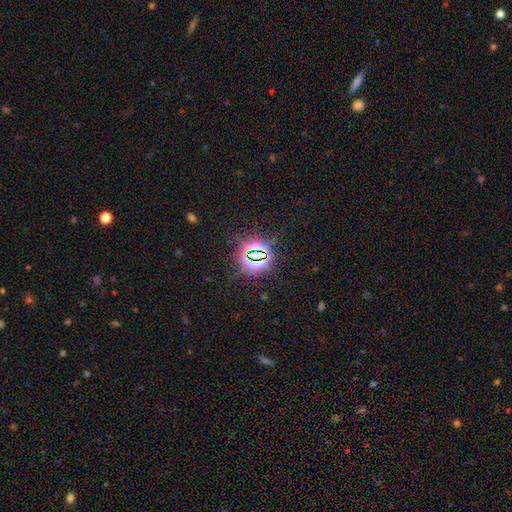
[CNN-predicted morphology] Smooth or featured? star or artifact (82%)